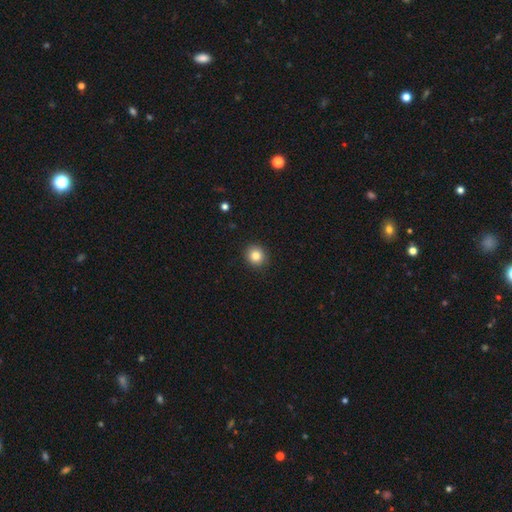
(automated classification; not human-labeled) smooth-or-featured: smooth: 83% | star or artifact: 10% | featured or disk: 6%
  how-rounded: round: 87% | in between: 12% | cigar-shaped: 1%
  merging: none: 92% | minor disturbance: 6% | major disturbance: 2% | merger: 1%